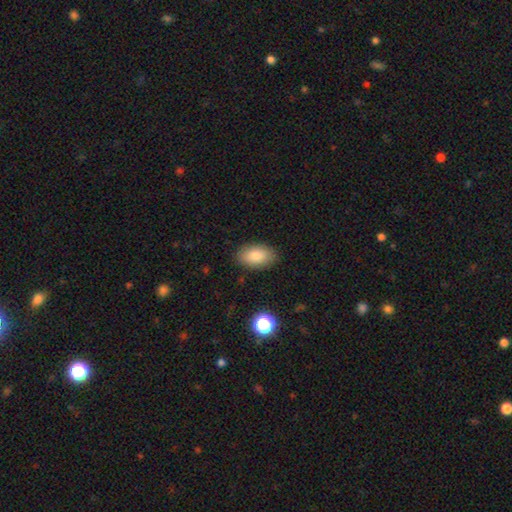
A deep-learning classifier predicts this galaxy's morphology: smooth-or-featured: smooth: 84% | star or artifact: 8% | featured or disk: 8%
  how-rounded: in between: 92% | round: 6% | cigar-shaped: 2%
  merging: none: 87% | minor disturbance: 10% | major disturbance: 2% | merger: 1%